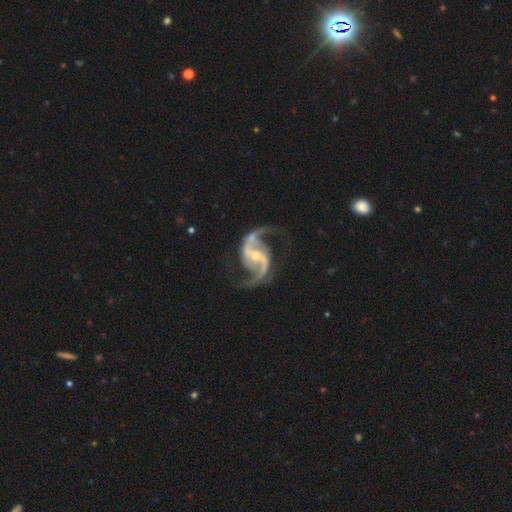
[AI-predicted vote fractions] Overall: featured or disk (94%). Edge-on disk: no (98%). Bar: weak (38%; strong 37%). Spiral arms: yes (98%). Spiral arm count: 2 (94%). Spiral winding: loose (47%; medium 46%). Bulge size: small (52%; moderate 44%). Merging: none (79%).